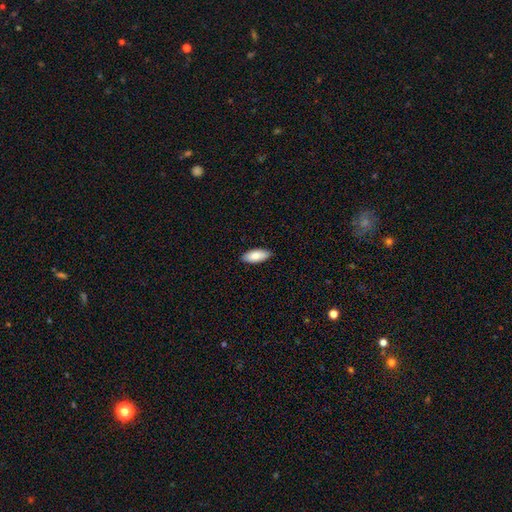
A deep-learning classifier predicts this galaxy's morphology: type=smooth (84%); roundness=in between (86%); merging=none (88%).